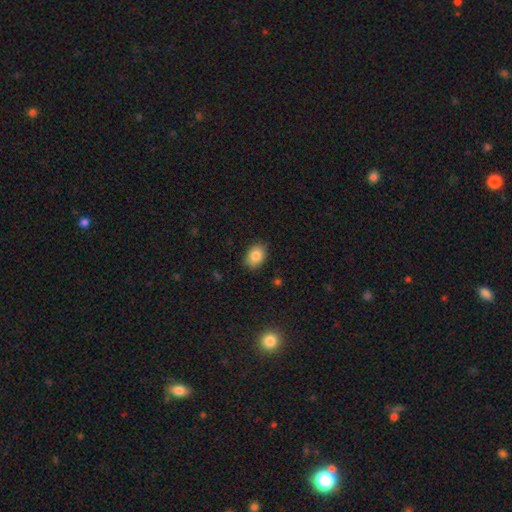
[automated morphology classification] This appears to be a smooth galaxy with no disk features (84%) that is in between round and cigar-shaped (77%). Merging: none (83%).